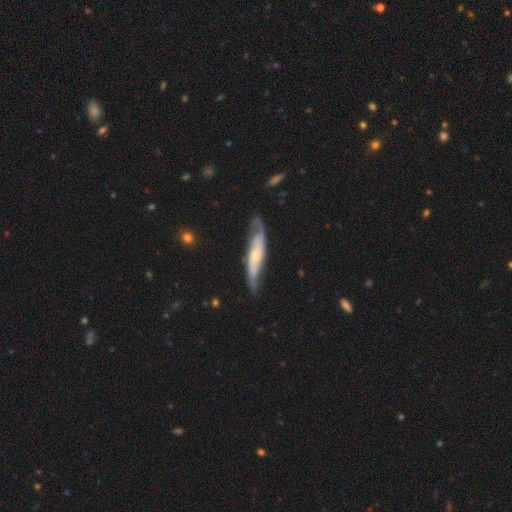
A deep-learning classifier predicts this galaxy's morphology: Smooth or featured? Predicted: featured or disk (p=0.71). Edge-on disk? Predicted: no (p=0.56). Merging? Predicted: none (p=0.70).